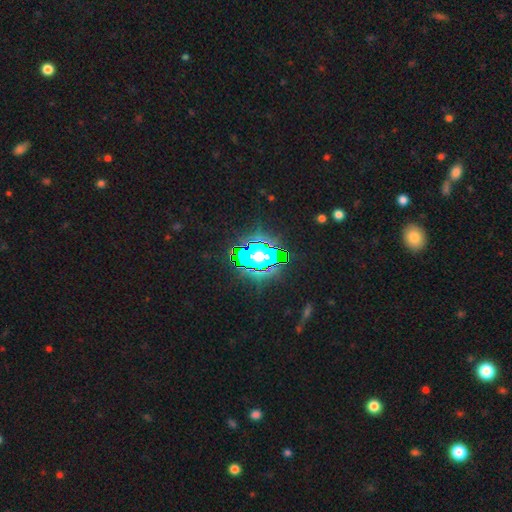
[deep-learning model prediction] Smooth or featured: star or artifact — 70% (smooth — 16%)